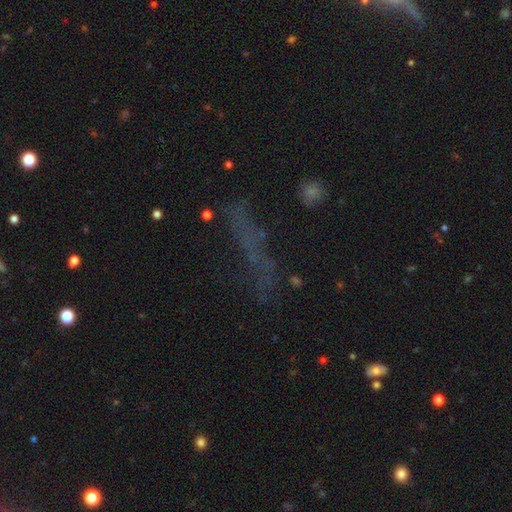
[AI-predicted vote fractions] Smooth or featured? Predicted: star or artifact (p=0.38).